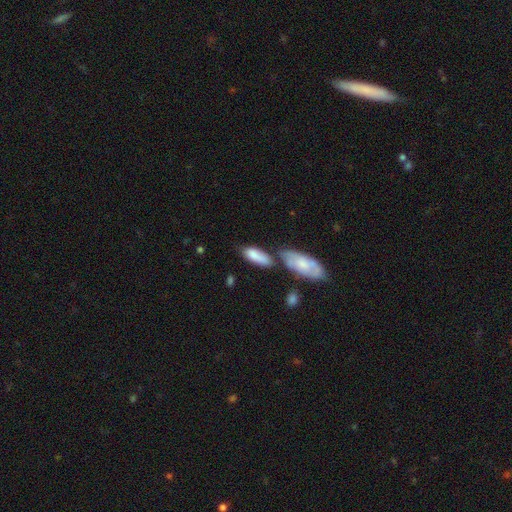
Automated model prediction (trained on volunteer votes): The model was most divided on "merging": none: 43%, merger: 27%, minor disturbance: 22%, major disturbance: 8%. More confident: smooth or featured — smooth (79%); how rounded — in between (74%).